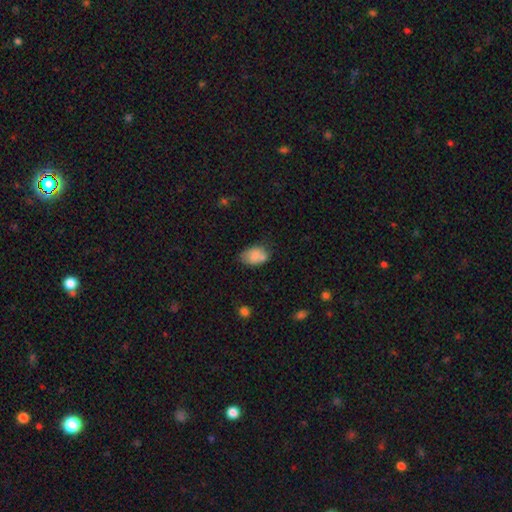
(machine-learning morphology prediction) A smooth galaxy with no disk features (77%) that is in between round and cigar-shaped (84%).

Vote fractions:
- Smooth or featured? smooth: 77% / featured or disk: 14% / star or artifact: 8%
- How rounded? in between: 84% / round: 15% / cigar-shaped: 1%
- Merging? none: 52% / minor disturbance: 24% / merger: 17% / major disturbance: 7%